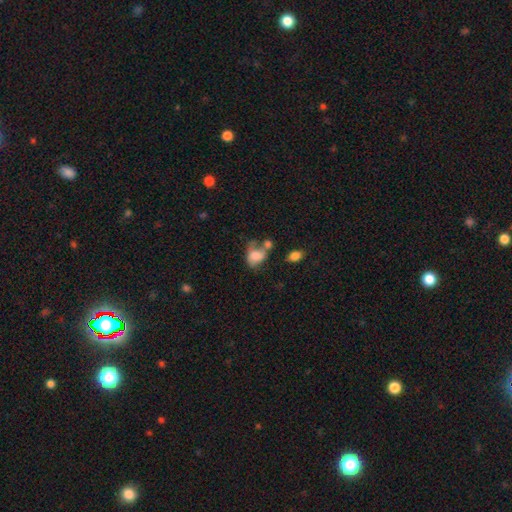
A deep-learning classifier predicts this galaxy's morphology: type=smooth (70%); roundness=in between (71%); merging=merger (32%).